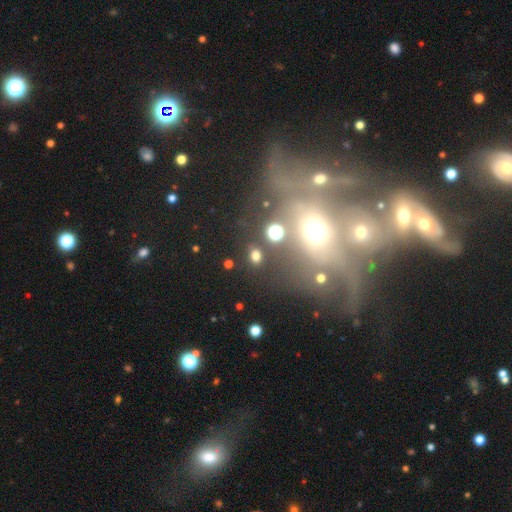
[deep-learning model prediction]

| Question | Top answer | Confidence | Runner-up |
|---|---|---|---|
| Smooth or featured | smooth | 67% | star or artifact (26%) |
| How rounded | round | 52% | in between (46%) |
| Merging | none | 83% | minor disturbance (8%) |